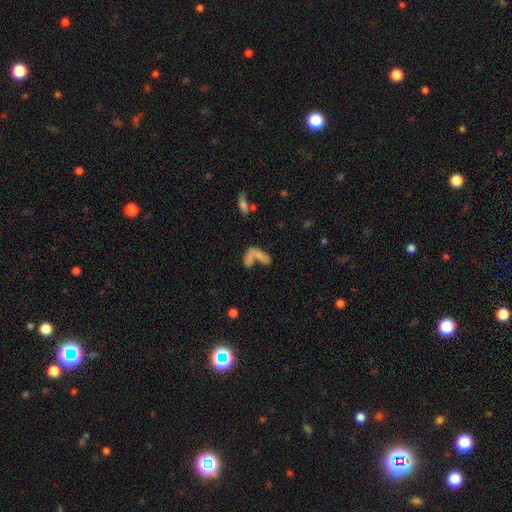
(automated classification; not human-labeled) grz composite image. It shows a smooth galaxy with no disk features (59%) that is in between round and cigar-shaped (66%). Merging: merger (58%).